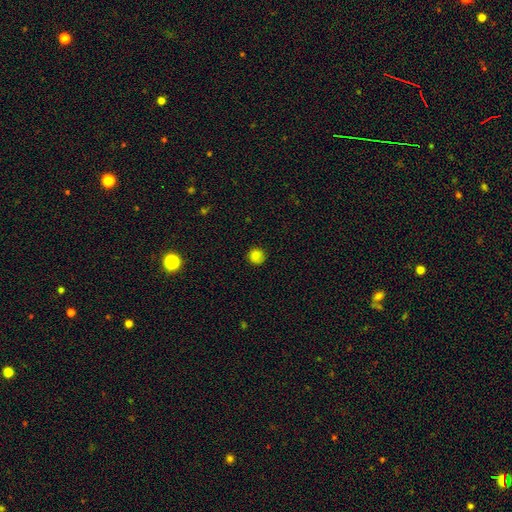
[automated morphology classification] A smooth galaxy with no disk features (82%) that is round (92%).

Vote fractions:
- Smooth or featured? smooth: 82% / star or artifact: 12% / featured or disk: 6%
- How rounded? round: 92% / in between: 7% / cigar-shaped: 1%
- Merging? none: 85% / minor disturbance: 12% / major disturbance: 3% / merger: 1%